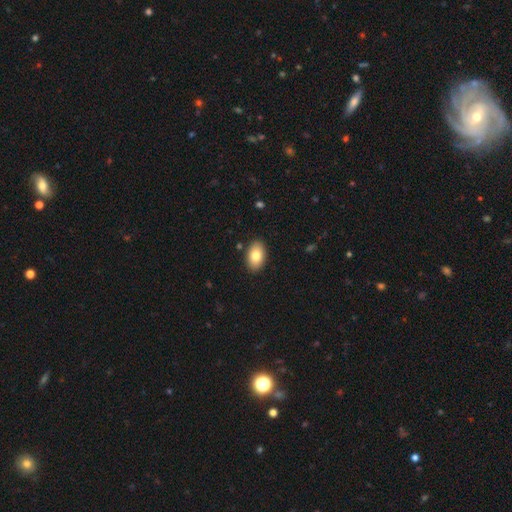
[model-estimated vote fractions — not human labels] A smooth galaxy with no disk features (80%) that is in between round and cigar-shaped (93%). Merging: none (89%).